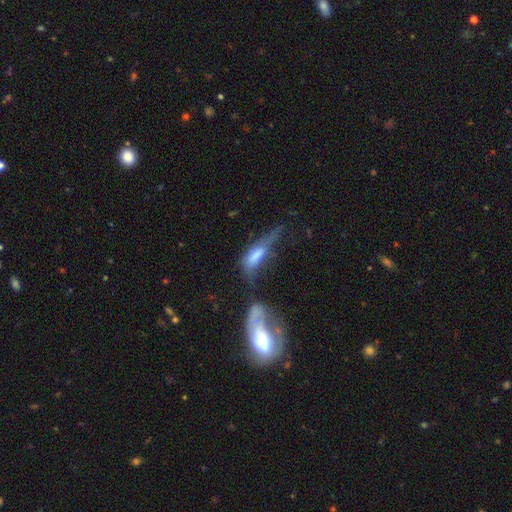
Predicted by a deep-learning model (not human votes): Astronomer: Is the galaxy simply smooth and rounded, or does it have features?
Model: smooth — 52% (runner-up: featured or disk, 38%).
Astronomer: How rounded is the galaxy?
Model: in between — 55% (runner-up: cigar-shaped, 42%).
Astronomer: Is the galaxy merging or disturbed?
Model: major disturbance — 37% (runner-up: merger, 29%).